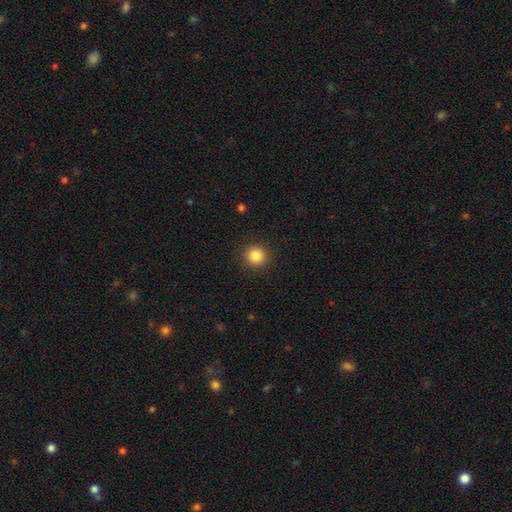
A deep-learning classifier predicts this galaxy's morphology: smooth-or-featured: smooth: 85% | star or artifact: 10% | featured or disk: 4%
  how-rounded: round: 93% | in between: 6% | cigar-shaped: 1%
  merging: none: 91% | minor disturbance: 6% | major disturbance: 2% | merger: 1%